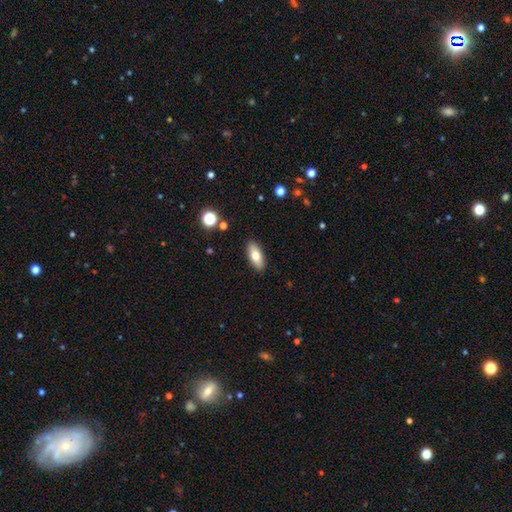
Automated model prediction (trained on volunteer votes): smooth 76%, featured or disk 17%, star or artifact 7%. Down the decision tree: how rounded — in between (84%); merging — none (89%).